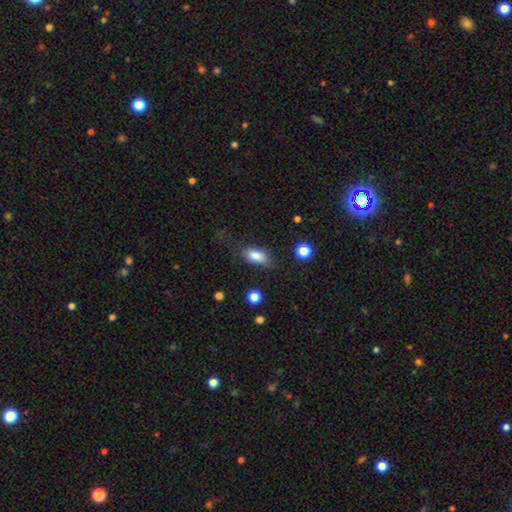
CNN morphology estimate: type=smooth (83%); roundness=in between (87%); merging=none (67%).